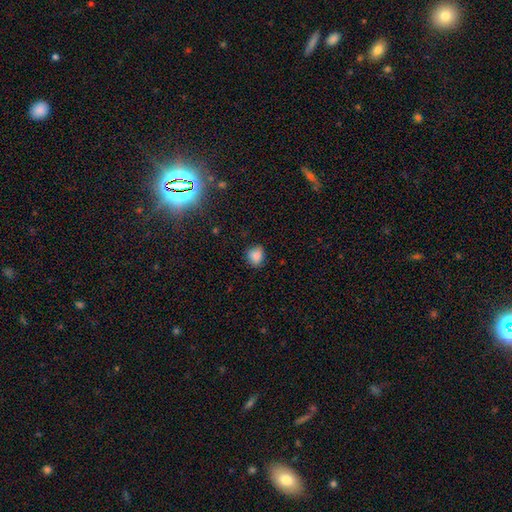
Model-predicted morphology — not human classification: Smooth or featured? smooth (86%)
How rounded? round (68%)
Merging? none (79%)